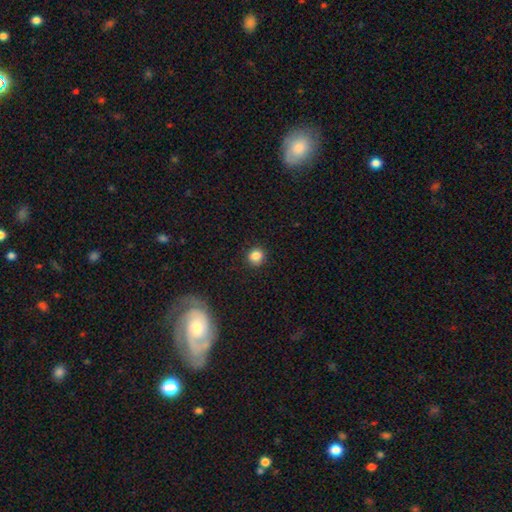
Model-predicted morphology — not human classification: type=smooth (84%); roundness=round (84%); merging=none (89%).